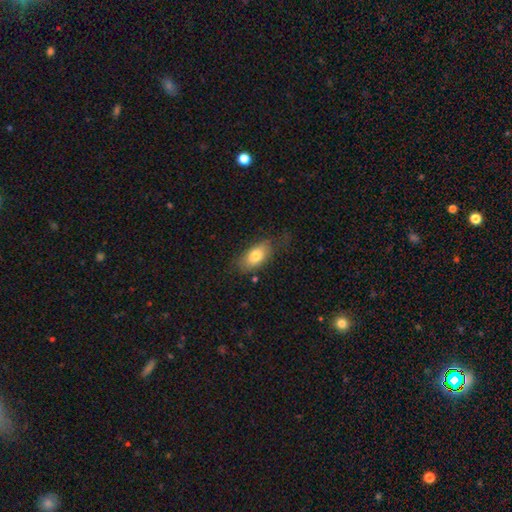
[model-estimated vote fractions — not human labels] Morphology: type=smooth (76%); roundness=in between (89%); merging=none (66%).